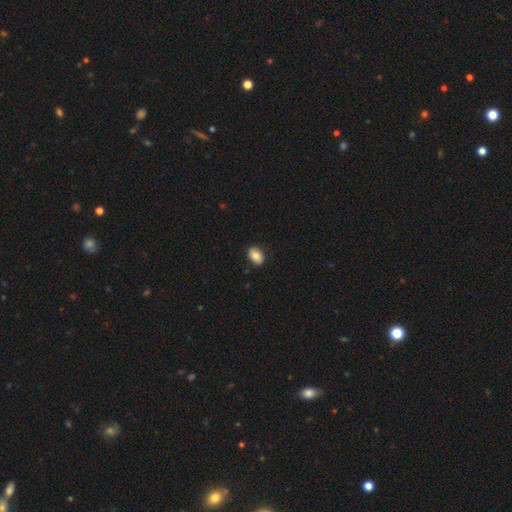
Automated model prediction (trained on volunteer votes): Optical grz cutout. It shows a smooth galaxy with no disk features (81%) that is in between round and cigar-shaped (81%). Merging: none (86%).